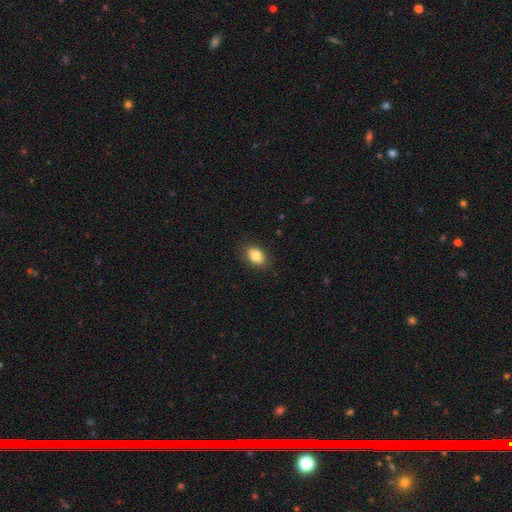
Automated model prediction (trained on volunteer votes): smooth-or-featured: smooth: 83% | featured or disk: 9% | star or artifact: 8%
  how-rounded: in between: 80% | round: 19% | cigar-shaped: 1%
  merging: none: 88% | minor disturbance: 9% | major disturbance: 2% | merger: 1%